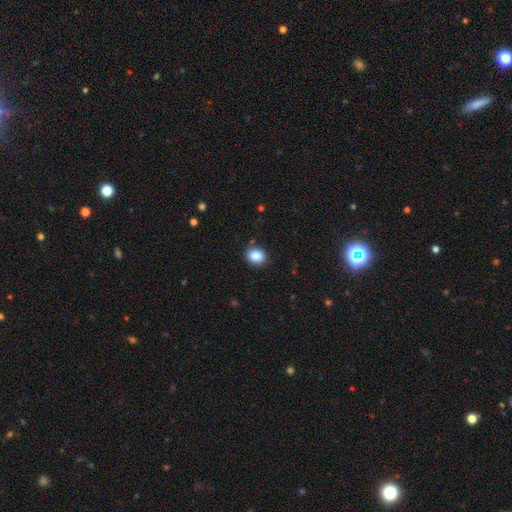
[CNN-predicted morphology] This appears to be a smooth galaxy with no disk features (85%) that is round (71%). Merging: none (88%).